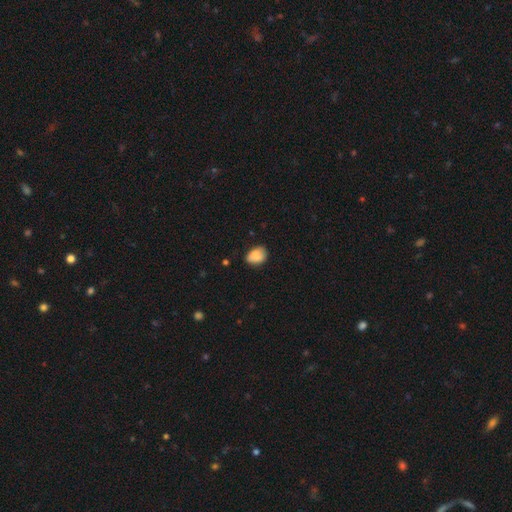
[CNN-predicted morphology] Smooth or featured? Predicted: smooth (p=0.82). How rounded? Predicted: in between (p=0.72). Merging? Predicted: none (p=0.62).